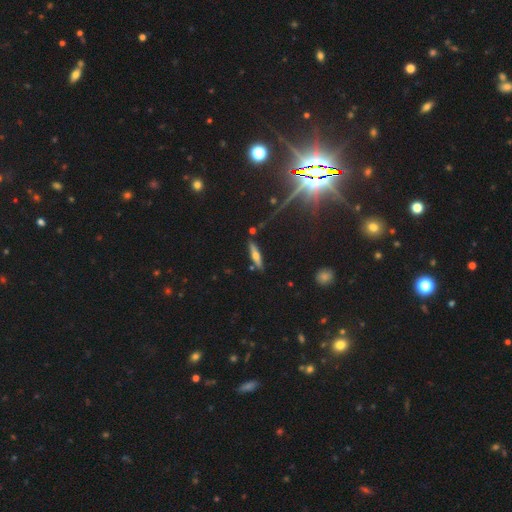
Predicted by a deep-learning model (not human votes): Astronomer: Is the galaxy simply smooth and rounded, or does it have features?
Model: featured or disk — 49% (runner-up: smooth, 41%).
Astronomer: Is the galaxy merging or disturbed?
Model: none — 83%.